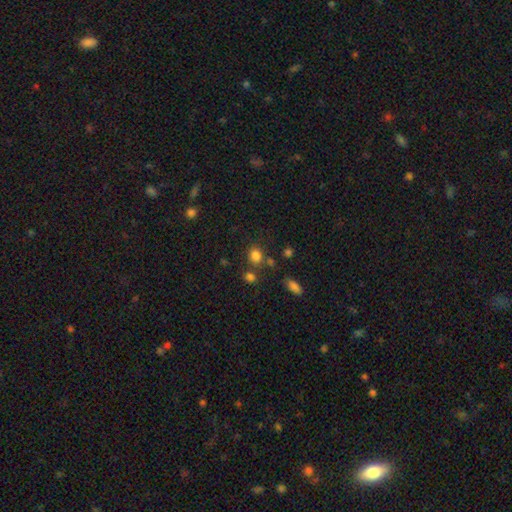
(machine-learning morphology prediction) This appears to be a smooth galaxy with no disk features (81%) that is round (65%). Merging: none (70%).